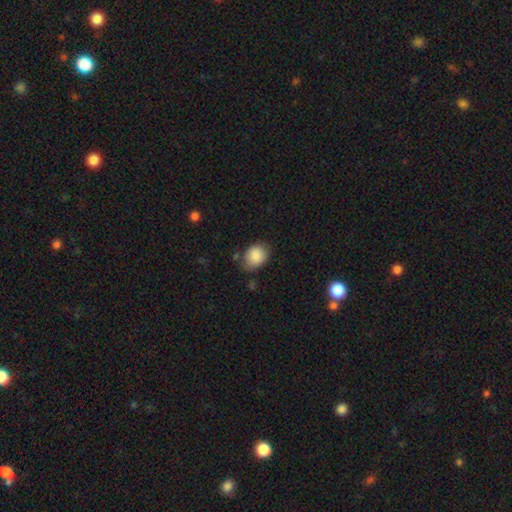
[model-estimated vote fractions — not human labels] Morphology: type=smooth (87%); roundness=in between (54%); merging=none (70%).